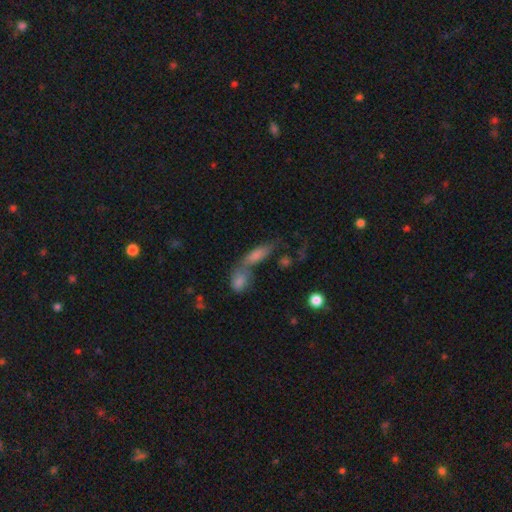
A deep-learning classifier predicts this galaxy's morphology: smooth_or_featured: smooth (p=0.62) [alt: featured or disk p=0.22]
how_rounded: in between (p=0.53) [alt: cigar-shaped p=0.39]
merging: merger (p=0.56) [alt: none p=0.30]